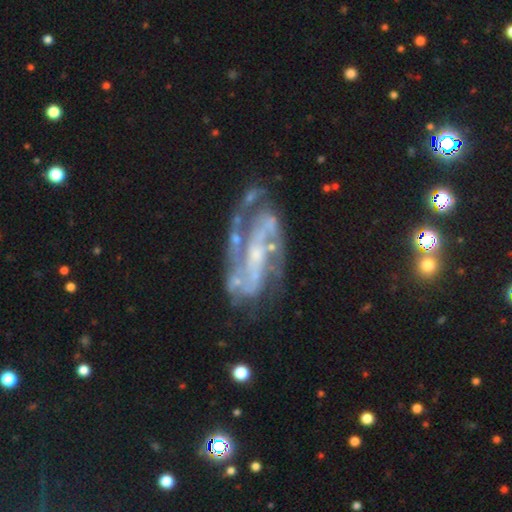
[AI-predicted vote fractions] Smooth or featured?
  - featured or disk: 88% *
  - star or artifact: 6%
  - smooth: 6%
Edge-on disk?
  - no: 94% *
  - yes: 6%
Bar?
  - weak: 37% *
  - no: 35%
  - strong: 28%
Spiral arms?
  - yes: 93% *
  - no: 7%
Spiral winding?
  - medium: 48% *
  - tight: 33%
  - loose: 20%
Spiral arm count?
  - 2: 62% *
  - can't tell: 16%
  - 3: 11%
  - 4: 4%
  - 1: 4%
  - more than 4: 3%
Bulge size?
  - small: 61% *
  - moderate: 20%
  - none: 16%
  - large: 2%
  - dominant: 1%
Merging?
  - none: 62% *
  - minor disturbance: 20%
  - major disturbance: 14%
  - merger: 4%